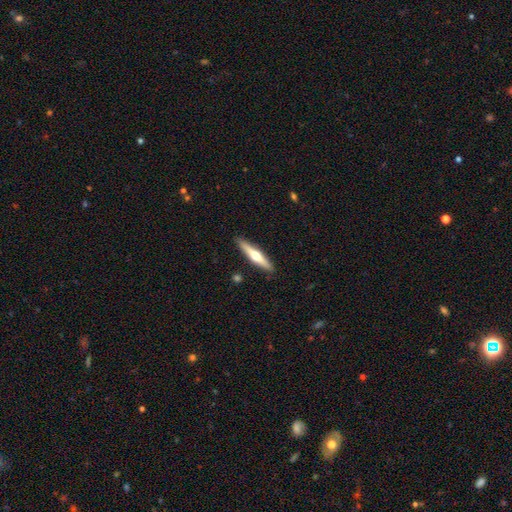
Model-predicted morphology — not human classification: featured or disk 59%, smooth 36%, star or artifact 5%. Down the decision tree: edge-on disk — yes (96%); edge-on bulge — rounded (93%); merging — none (90%).